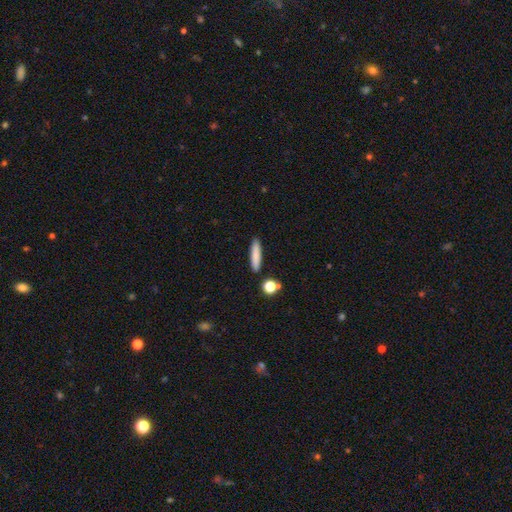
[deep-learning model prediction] Smooth or featured? smooth (82%)
How rounded? cigar-shaped (84%)
Merging? none (88%)